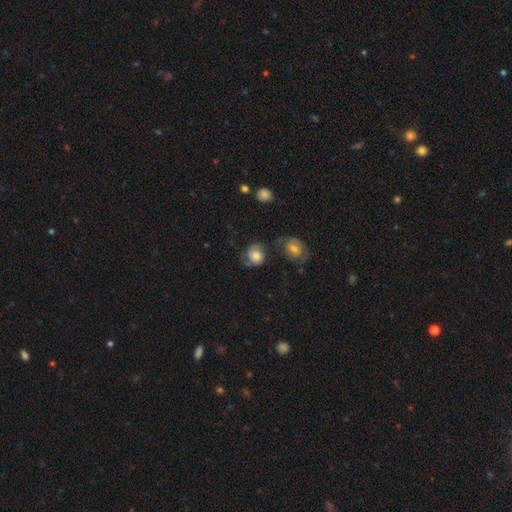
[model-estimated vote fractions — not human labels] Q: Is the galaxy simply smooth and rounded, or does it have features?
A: smooth — 50%.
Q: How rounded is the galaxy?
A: round — 74%.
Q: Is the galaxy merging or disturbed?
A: none — 52%.